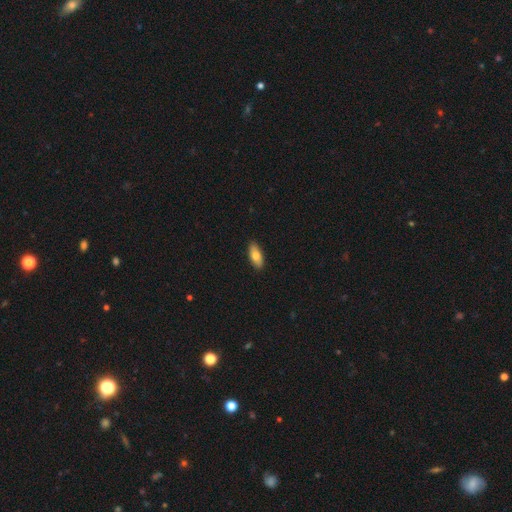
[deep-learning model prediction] The model was most divided on "smooth or featured": smooth: 76%, featured or disk: 18%, star or artifact: 6%. More confident: merging — none (90%); how rounded — in between (84%).